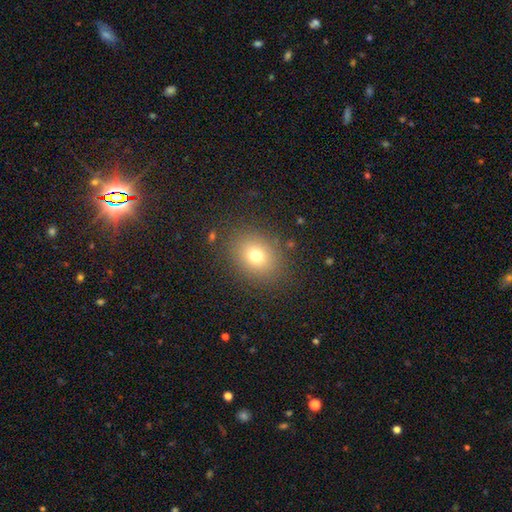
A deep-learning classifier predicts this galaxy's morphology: Smooth or featured?
  - smooth: 73% *
  - star or artifact: 15%
  - featured or disk: 12%
How rounded?
  - round: 54% *
  - in between: 45%
  - cigar-shaped: 1%
Merging?
  - none: 85% *
  - minor disturbance: 9%
  - major disturbance: 4%
  - merger: 1%